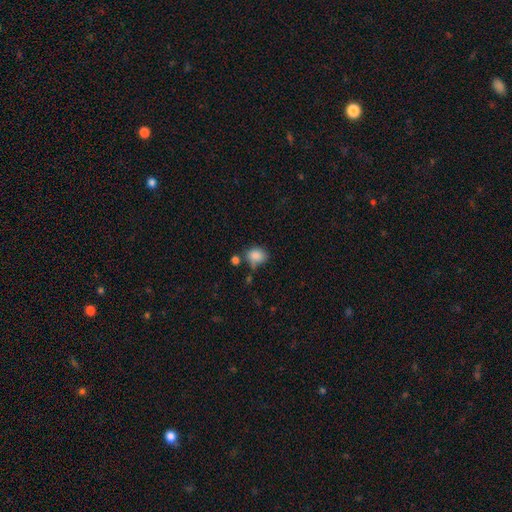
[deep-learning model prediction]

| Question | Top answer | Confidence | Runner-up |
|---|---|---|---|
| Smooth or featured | smooth | 84% | star or artifact (10%) |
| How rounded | in between | 54% | round (45%) |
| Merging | none | 52% | minor disturbance (25%) |